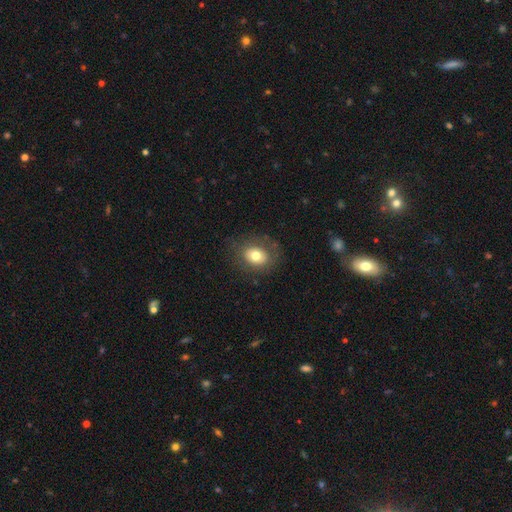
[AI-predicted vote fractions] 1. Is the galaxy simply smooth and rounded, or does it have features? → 72% smooth, 19% featured or disk, 10% star or artifact.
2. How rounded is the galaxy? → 52% round, 47% in between, 1% cigar-shaped.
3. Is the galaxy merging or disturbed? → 76% none, 15% minor disturbance, 8% major disturbance, 1% merger.